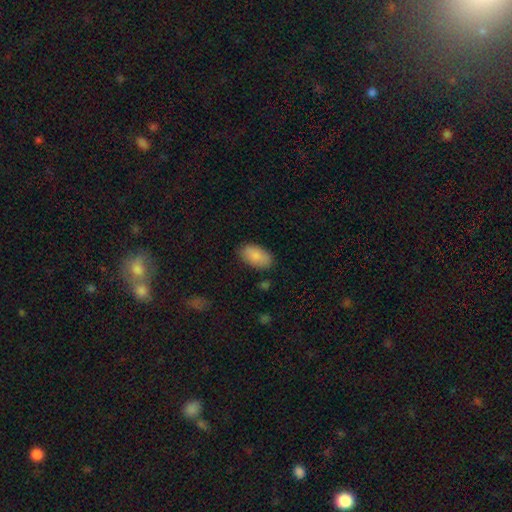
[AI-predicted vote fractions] Q: Smooth or featured?
A: smooth (86%); runner-up: featured or disk (8%)
Q: How rounded?
A: in between (94%); runner-up: round (4%)
Q: Merging?
A: none (82%); runner-up: minor disturbance (14%)